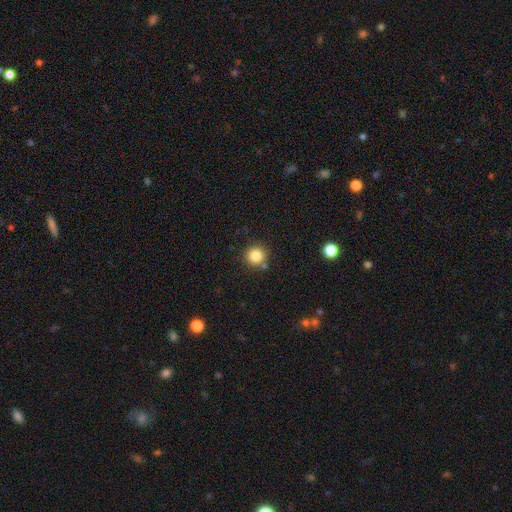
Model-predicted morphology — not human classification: Overall: smooth (83%). How rounded: round (94%). Merging: none (84%).